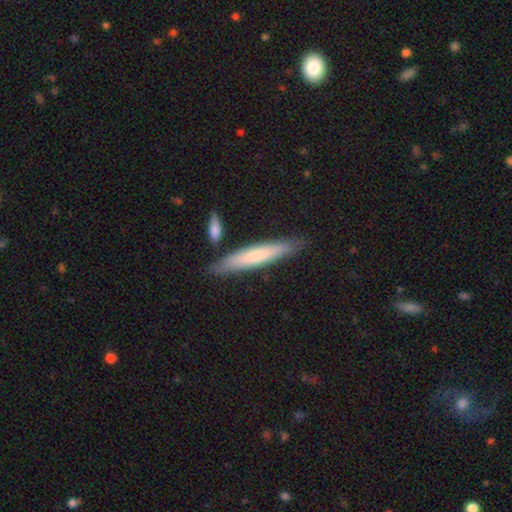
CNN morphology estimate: This appears to be a smooth galaxy with no disk features (61%) that is cigar-shaped (89%). Merging: none (80%).